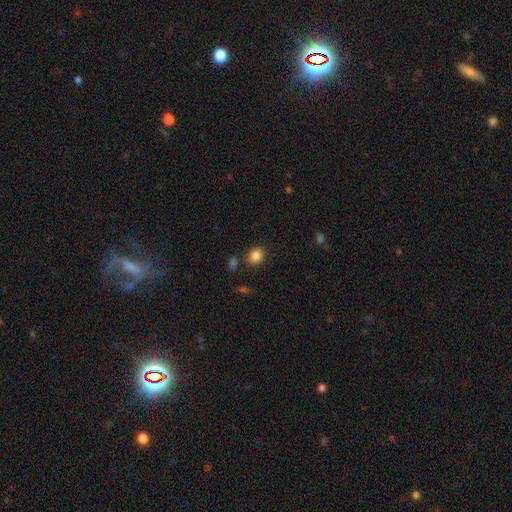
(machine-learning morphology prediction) smooth 84%, star or artifact 11%, featured or disk 5%. Down the decision tree: how rounded — round (71%); merging — none (82%).